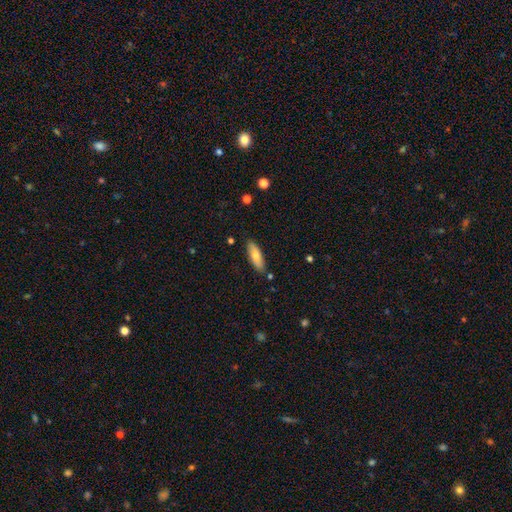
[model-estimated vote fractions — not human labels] A smooth galaxy with no disk features (73%) that is in between round and cigar-shaped (50%). Merging: none (85%).